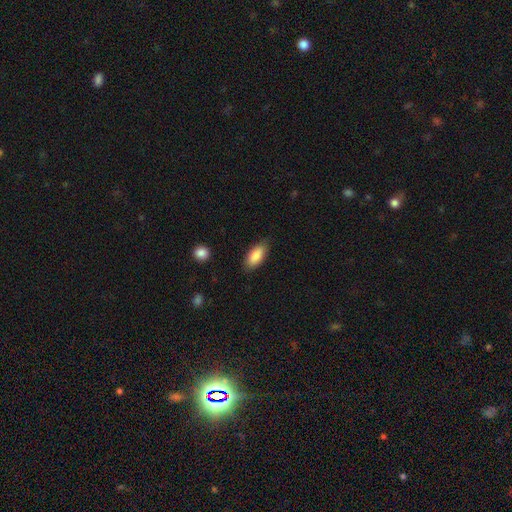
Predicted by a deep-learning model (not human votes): The model was most divided on "merging": none: 82%, minor disturbance: 14%, major disturbance: 3%, merger: 1%. More confident: how rounded — in between (87%); smooth or featured — smooth (86%).